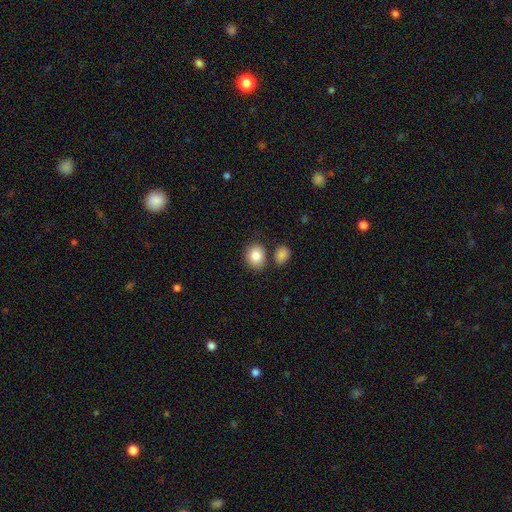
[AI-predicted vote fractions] This appears to be a smooth galaxy with no disk features (85%) that is round (58%). Merging: none (72%).